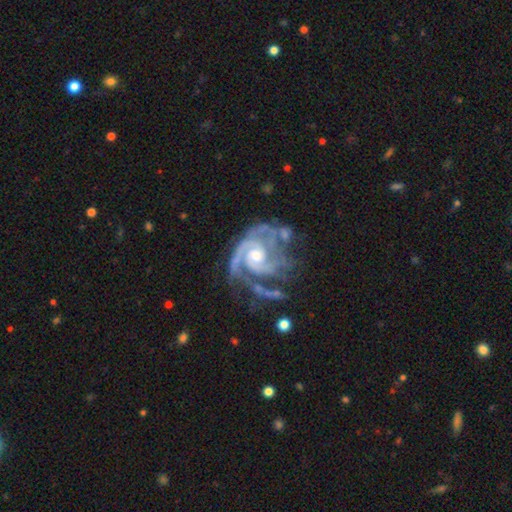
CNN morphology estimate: A featured or disk galaxy (92%) with no bar (69%), 2 (37%) tight (60%) spiral arms (98%) and a moderate central bulge (57%). Merging: none (45%).